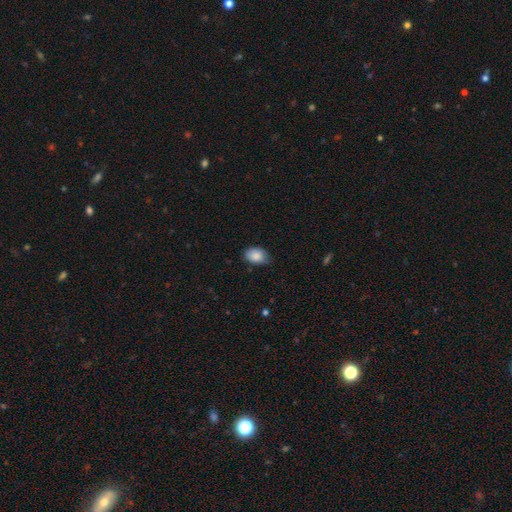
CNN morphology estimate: A smooth galaxy with no disk features (88%) that is in between round and cigar-shaped (82%). Merging: none (73%).